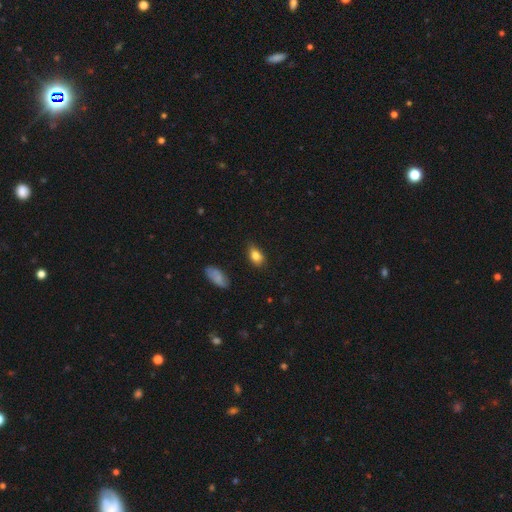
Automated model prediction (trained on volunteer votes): Smooth or featured? Predicted: smooth (p=0.82). How rounded? Predicted: in between (p=0.86). Merging? Predicted: none (p=0.79).